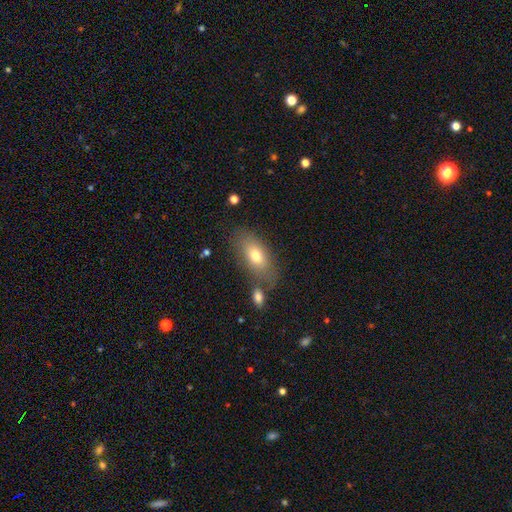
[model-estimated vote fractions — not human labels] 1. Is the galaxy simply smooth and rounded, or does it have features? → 72% smooth, 20% featured or disk, 9% star or artifact.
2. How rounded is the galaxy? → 87% in between, 7% round, 6% cigar-shaped.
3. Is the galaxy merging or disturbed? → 66% none, 16% minor disturbance, 12% merger, 6% major disturbance.